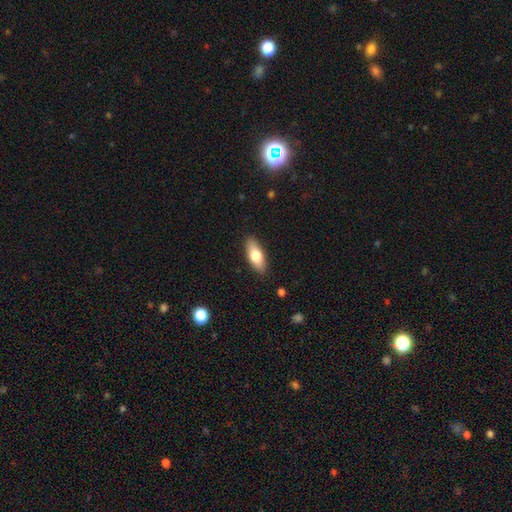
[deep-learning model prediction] Morphology: type=smooth (73%); roundness=in between (77%); merging=none (87%).